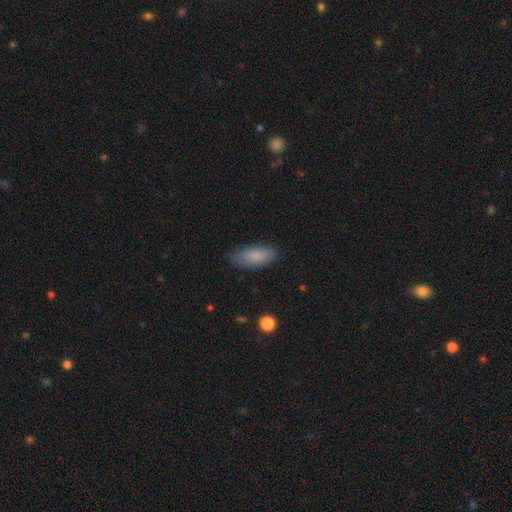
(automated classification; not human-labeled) Smooth or featured: smooth — 83% (featured or disk — 11%)
How rounded: in between — 83% (cigar-shaped — 15%)
Merging: none — 79% (minor disturbance — 17%)